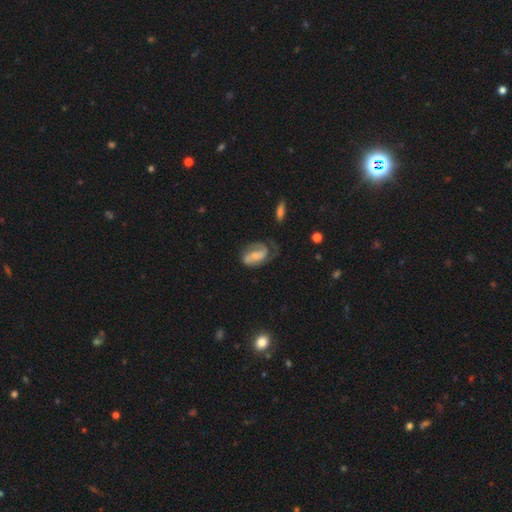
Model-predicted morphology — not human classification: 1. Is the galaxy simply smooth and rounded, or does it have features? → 72% featured or disk, 22% smooth, 6% star or artifact.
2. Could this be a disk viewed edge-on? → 96% no, 4% yes.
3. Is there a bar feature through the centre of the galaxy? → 45% no, 36% weak, 19% strong.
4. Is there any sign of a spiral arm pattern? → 90% yes, 10% no.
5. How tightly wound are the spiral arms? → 41% medium, 38% tight, 20% loose.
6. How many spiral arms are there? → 59% 2, 24% 1, 11% can't tell, 3% 3, 1% 4, 1% more than 4.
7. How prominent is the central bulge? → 54% small, 31% moderate, 9% none, 5% large, 2% dominant.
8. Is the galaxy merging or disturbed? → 43% none, 28% major disturbance, 25% minor disturbance, 4% merger.